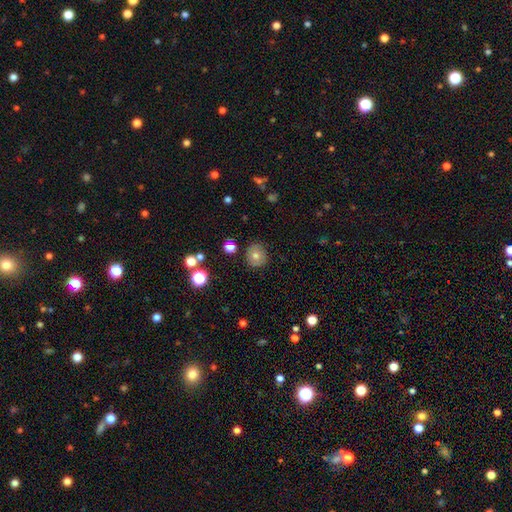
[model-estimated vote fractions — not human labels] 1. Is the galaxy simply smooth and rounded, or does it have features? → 69% smooth, 18% featured or disk, 13% star or artifact.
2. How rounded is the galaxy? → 86% round, 13% in between, 1% cigar-shaped.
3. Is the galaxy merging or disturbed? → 86% none, 10% minor disturbance, 3% major disturbance, 2% merger.